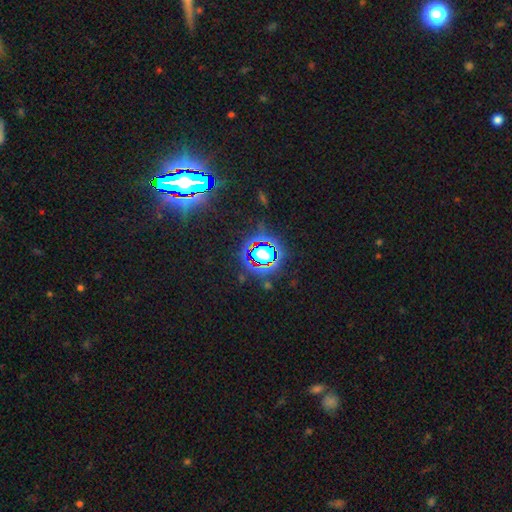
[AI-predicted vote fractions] Q: Smooth or featured?
A: star or artifact (82%); runner-up: smooth (10%)